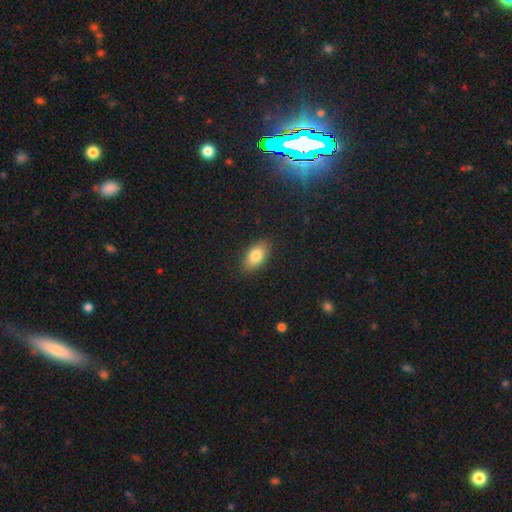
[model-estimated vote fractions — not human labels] smooth_or_featured: smooth (p=0.81) [alt: featured or disk p=0.12]
how_rounded: in between (p=0.91) [alt: round p=0.05]
merging: none (p=0.87) [alt: minor disturbance p=0.10]